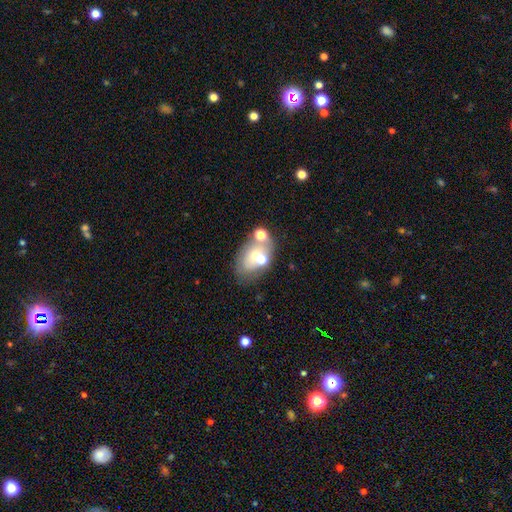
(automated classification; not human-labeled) Smooth or featured: smooth — 49% (featured or disk — 38%)
Merging: none — 44% (merger — 28%)